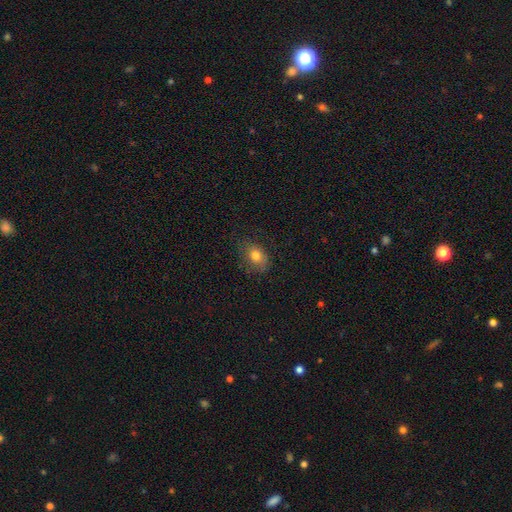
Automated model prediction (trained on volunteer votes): A smooth galaxy with no disk features (78%) that is in between round and cigar-shaped (68%). Merging: none (74%).